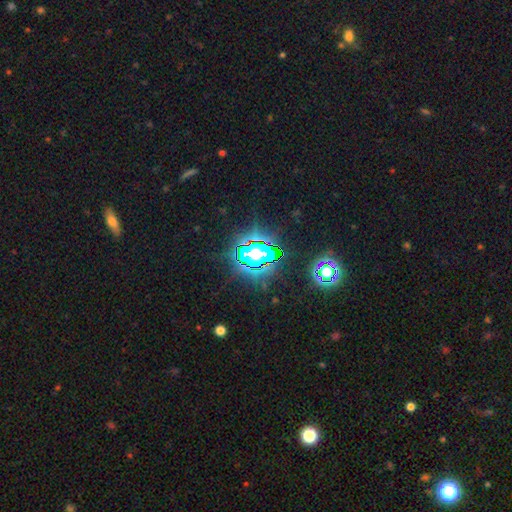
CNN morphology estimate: smooth_or_featured: star or artifact (p=0.77) [alt: smooth p=0.13]